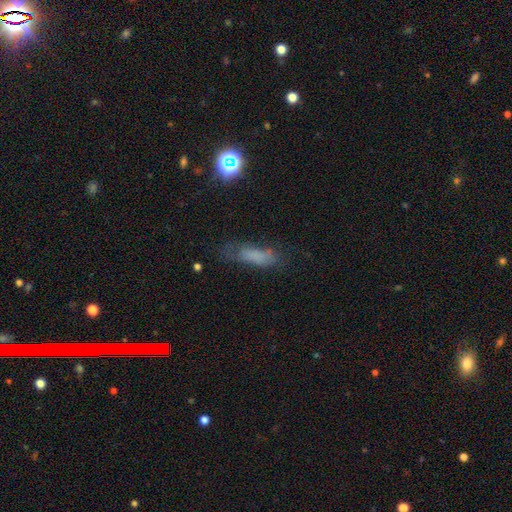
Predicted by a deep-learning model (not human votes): Smooth or featured: smooth — 64% (featured or disk — 20%)
How rounded: in between — 49% (cigar-shaped — 47%)
Merging: none — 53% (minor disturbance — 27%)